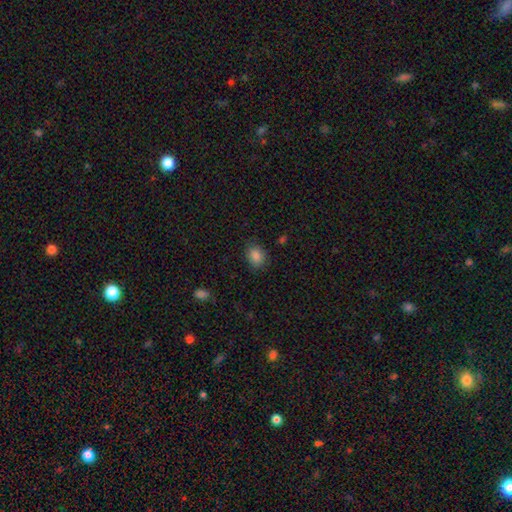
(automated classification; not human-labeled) The model was most divided on "how rounded": round: 52%, in between: 47%, cigar-shaped: 1%. More confident: smooth or featured — smooth (86%); merging — none (83%).